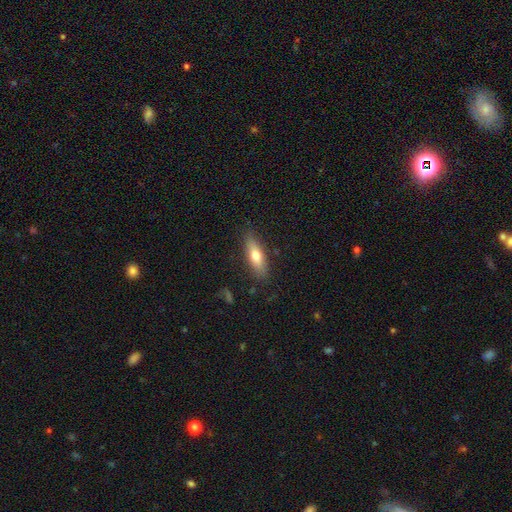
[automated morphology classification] smooth-or-featured: smooth: 66% | featured or disk: 28% | star or artifact: 6%
  how-rounded: in between: 49% | cigar-shaped: 48% | round: 3%
  merging: none: 84% | minor disturbance: 12% | major disturbance: 3% | merger: 1%